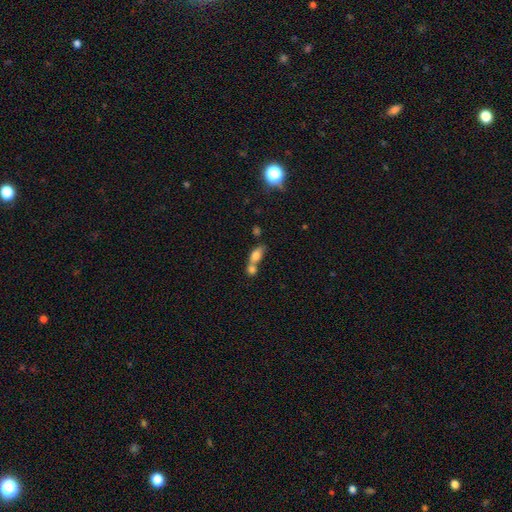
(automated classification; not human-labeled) Overall: smooth (75%). How rounded: in between (74%). Merging: merger (67%).